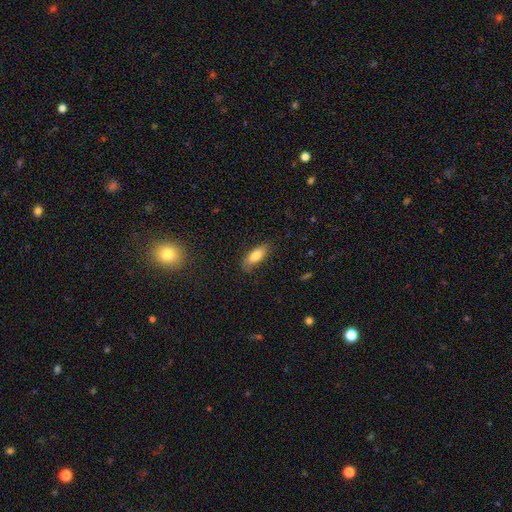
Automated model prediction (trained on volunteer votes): Q: Smooth or featured?
A: smooth (80%); runner-up: featured or disk (13%)
Q: How rounded?
A: in between (75%); runner-up: cigar-shaped (22%)
Q: Merging?
A: none (78%); runner-up: minor disturbance (17%)